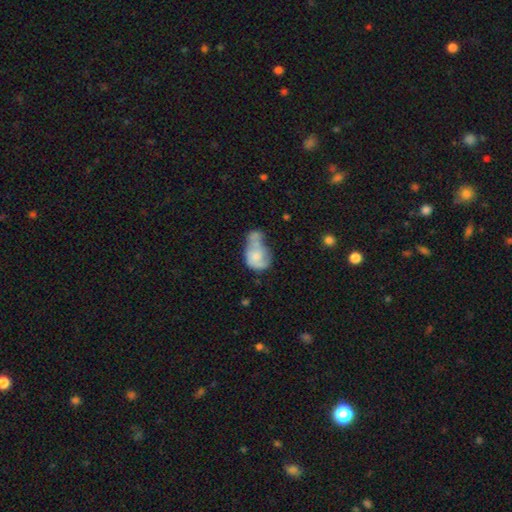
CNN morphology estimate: This is possibly a smooth galaxy (54%). How rounded: likely in between (70%). Merging: marginally merger (43%).